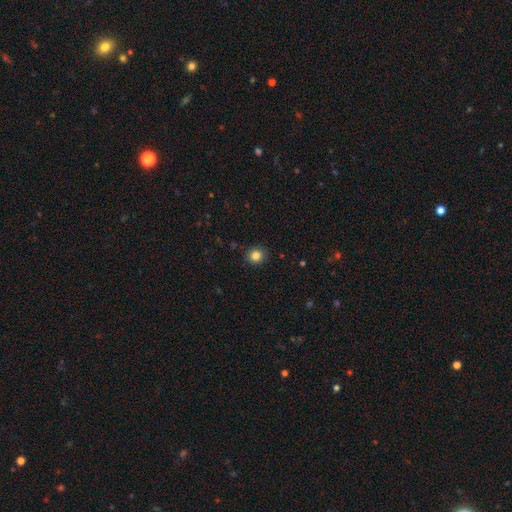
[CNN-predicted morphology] This is clearly a smooth galaxy (84%). How rounded: clearly round (88%). Merging: clearly none (89%).